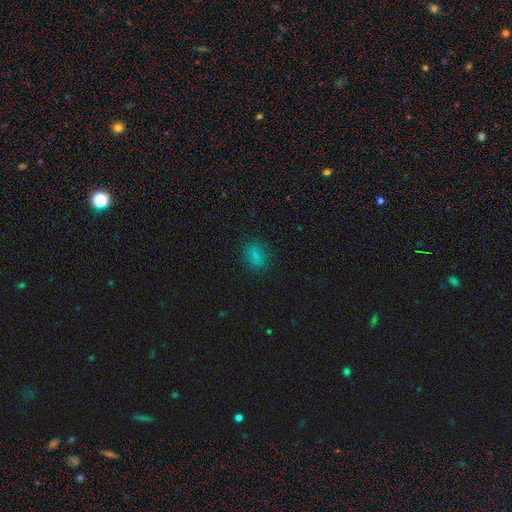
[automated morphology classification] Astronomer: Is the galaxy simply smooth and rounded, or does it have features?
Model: smooth — 78%.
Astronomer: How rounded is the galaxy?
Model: in between — 68%.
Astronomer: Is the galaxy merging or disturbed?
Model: none — 85%.